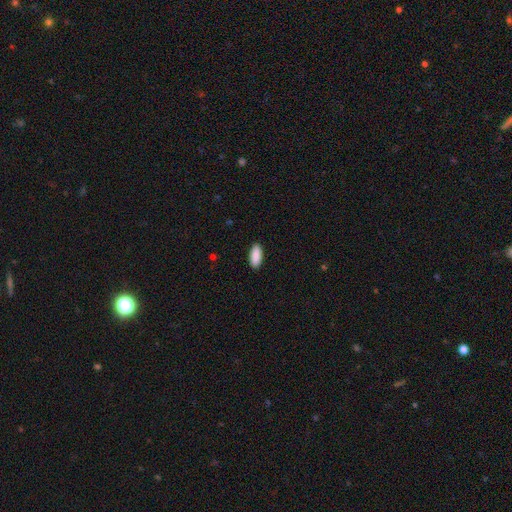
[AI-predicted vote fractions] The model was most divided on "how rounded": in between: 87%, cigar-shaped: 12%, round: 2%. More confident: smooth or featured — smooth (91%); merging — none (90%).